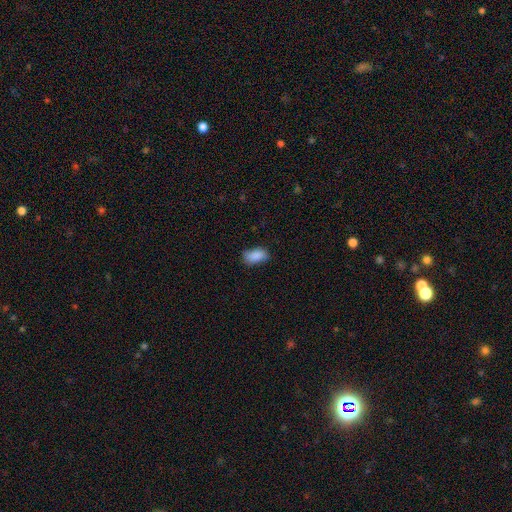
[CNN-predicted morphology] A smooth galaxy with no disk features (88%) that is in between round and cigar-shaped (92%).

Vote fractions:
- Smooth or featured? smooth: 88% / star or artifact: 7% / featured or disk: 5%
- How rounded? in between: 92% / round: 6% / cigar-shaped: 2%
- Merging? none: 76% / minor disturbance: 19% / major disturbance: 4% / merger: 1%